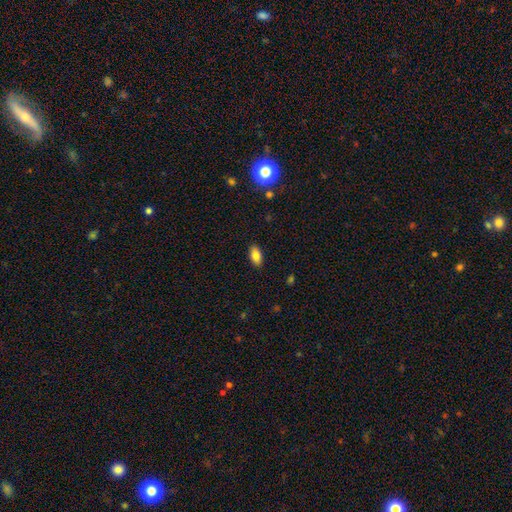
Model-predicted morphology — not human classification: A smooth galaxy with no disk features (83%) that is in between round and cigar-shaped (90%).

Vote fractions:
- Smooth or featured? smooth: 83% / featured or disk: 9% / star or artifact: 8%
- How rounded? in between: 90% / cigar-shaped: 6% / round: 4%
- Merging? none: 88% / minor disturbance: 9% / major disturbance: 2% / merger: 1%